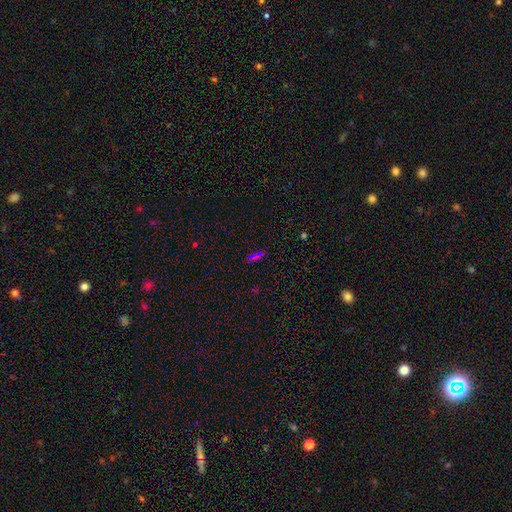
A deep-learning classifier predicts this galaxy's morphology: A star or artifact, not a galaxy (50%).